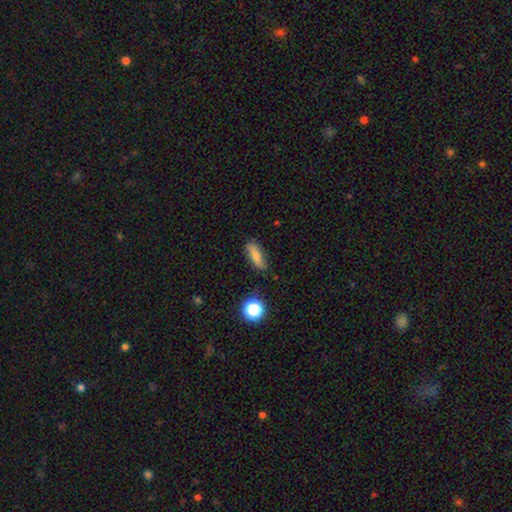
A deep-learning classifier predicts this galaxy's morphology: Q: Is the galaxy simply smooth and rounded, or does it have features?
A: smooth — 65%.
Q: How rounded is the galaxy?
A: in between — 49%.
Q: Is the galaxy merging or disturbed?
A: none — 74%.